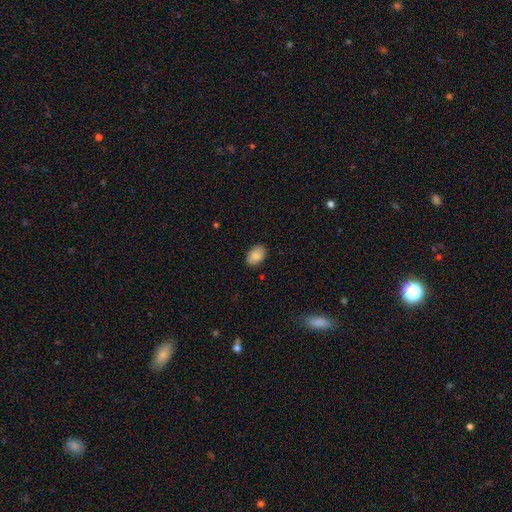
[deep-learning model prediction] A smooth galaxy with no disk features (87%) that is in between round and cigar-shaped (87%).

Vote fractions:
- Smooth or featured? smooth: 87% / star or artifact: 7% / featured or disk: 6%
- How rounded? in between: 87% / round: 12% / cigar-shaped: 1%
- Merging? none: 87% / minor disturbance: 10% / major disturbance: 2% / merger: 1%